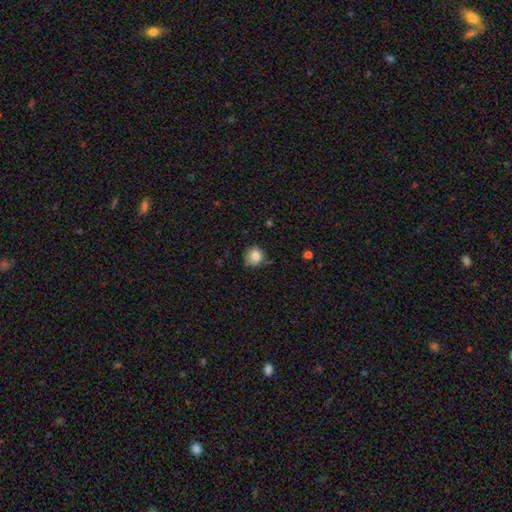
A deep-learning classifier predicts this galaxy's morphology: This is clearly a smooth galaxy (82%). How rounded: clearly round (83%). Merging: likely none (68%).